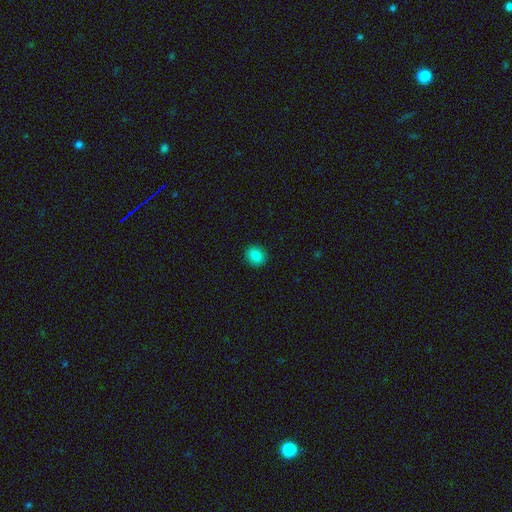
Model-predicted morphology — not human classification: A smooth galaxy with no disk features (87%) that is round (68%).

Vote fractions:
- Smooth or featured? smooth: 87% / star or artifact: 11% / featured or disk: 3%
- How rounded? round: 68% / in between: 31% / cigar-shaped: 1%
- Merging? none: 90% / minor disturbance: 7% / major disturbance: 2% / merger: 1%